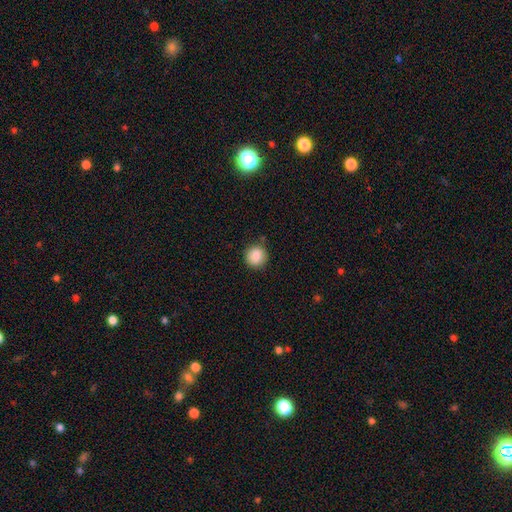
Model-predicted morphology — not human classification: A smooth galaxy with no disk features (88%) that is round (90%). Merging: none (85%).